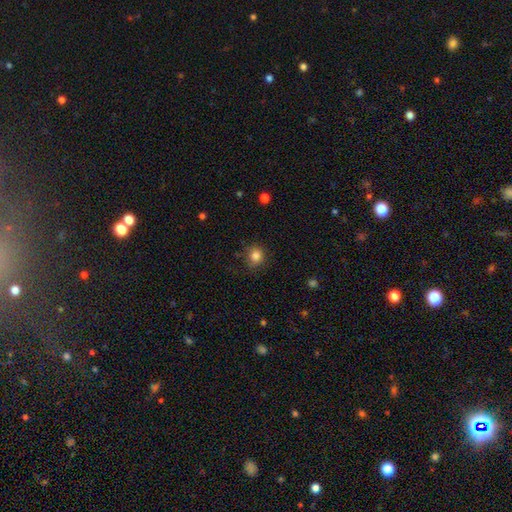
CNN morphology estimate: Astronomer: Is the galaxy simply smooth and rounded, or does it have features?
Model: smooth — 84%.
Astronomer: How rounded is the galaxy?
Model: round — 81%.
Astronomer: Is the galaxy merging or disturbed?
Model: none — 82%.